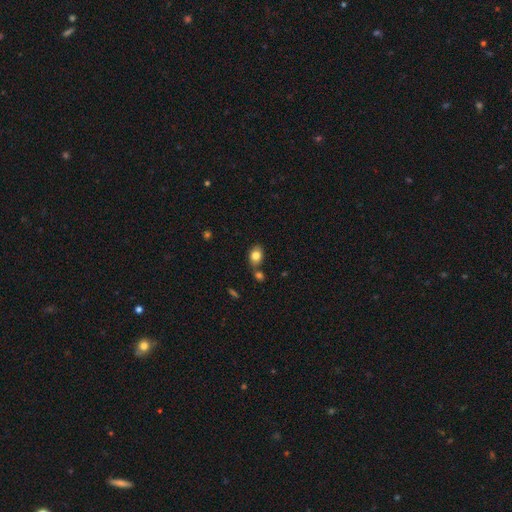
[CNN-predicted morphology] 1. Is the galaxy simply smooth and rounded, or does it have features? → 81% smooth, 10% featured or disk, 9% star or artifact.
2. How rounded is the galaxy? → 67% in between, 32% round, 1% cigar-shaped.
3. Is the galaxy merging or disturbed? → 65% none, 17% merger, 14% minor disturbance, 4% major disturbance.